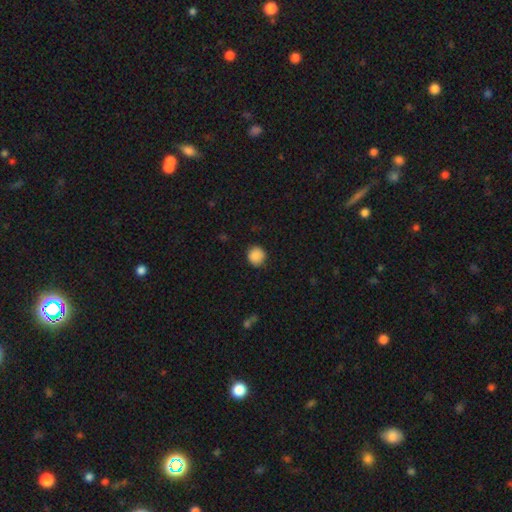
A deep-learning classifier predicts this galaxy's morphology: A smooth galaxy with no disk features (88%) that is round (91%).

Vote fractions:
- Smooth or featured? smooth: 88% / star or artifact: 9% / featured or disk: 3%
- How rounded? round: 91% / in between: 8% / cigar-shaped: 1%
- Merging? none: 88% / minor disturbance: 9% / major disturbance: 2% / merger: 1%